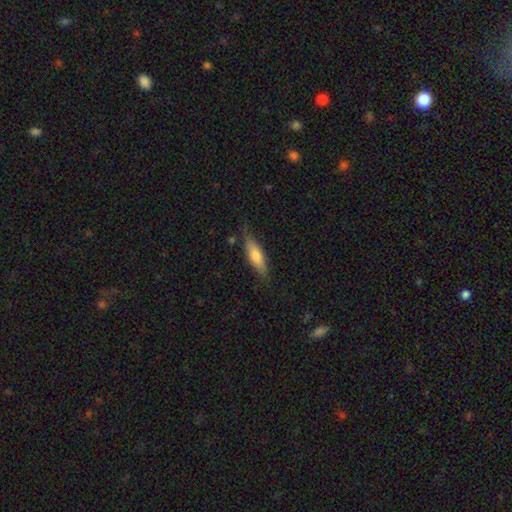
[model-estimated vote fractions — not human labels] Smooth or featured? smooth (69%)
How rounded? cigar-shaped (57%)
Merging? none (76%)